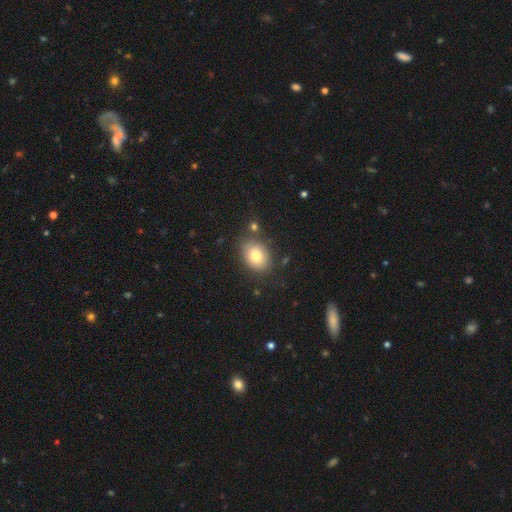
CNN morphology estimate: Smooth or featured?
  - smooth: 80% *
  - featured or disk: 13%
  - star or artifact: 8%
How rounded?
  - in between: 70% *
  - round: 29%
  - cigar-shaped: 1%
Merging?
  - none: 76% *
  - minor disturbance: 15%
  - major disturbance: 5%
  - merger: 4%